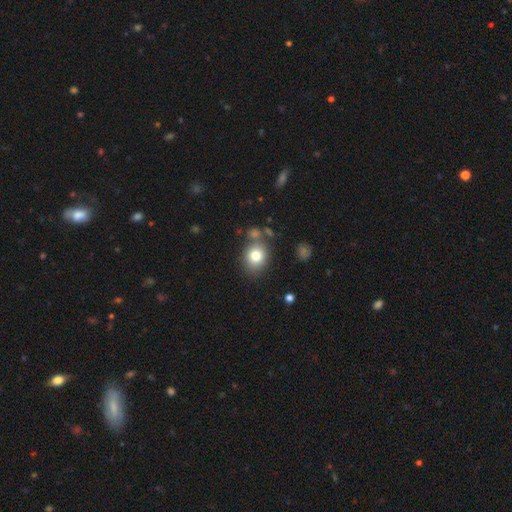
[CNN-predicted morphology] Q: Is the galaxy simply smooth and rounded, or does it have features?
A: smooth — 79%.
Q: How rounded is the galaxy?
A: round — 61%.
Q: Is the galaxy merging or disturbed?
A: none — 70%.